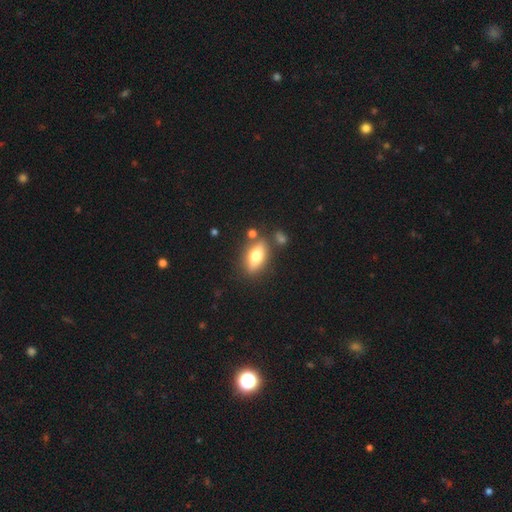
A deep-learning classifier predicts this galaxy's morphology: This appears to be a smooth galaxy with no disk features (65%) that is in between round and cigar-shaped (77%). Merging: none (77%).